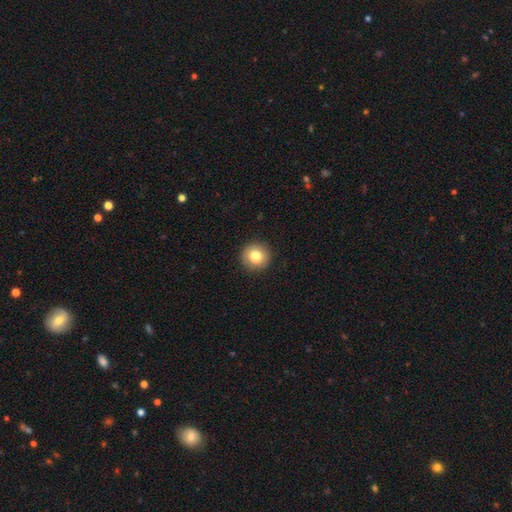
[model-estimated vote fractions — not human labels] smooth 79%, featured or disk 11%, star or artifact 10%. Down the decision tree: how rounded — round (94%); merging — none (90%).